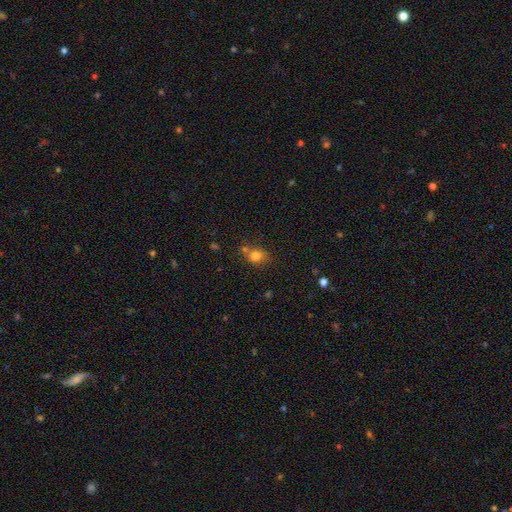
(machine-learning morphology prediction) smooth-or-featured: smooth: 79% | star or artifact: 12% | featured or disk: 8%
  how-rounded: round: 65% | in between: 34% | cigar-shaped: 1%
  merging: none: 61% | merger: 18% | minor disturbance: 17% | major disturbance: 5%